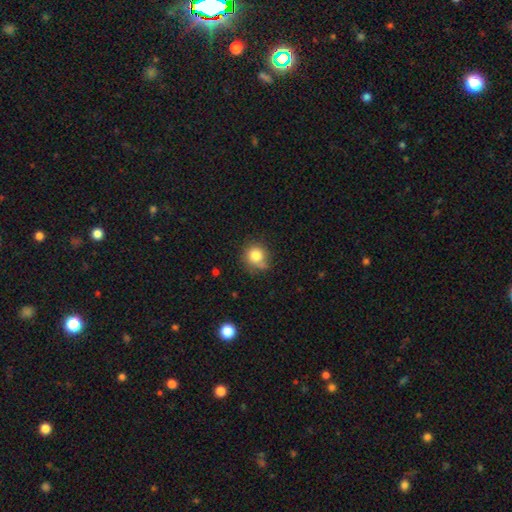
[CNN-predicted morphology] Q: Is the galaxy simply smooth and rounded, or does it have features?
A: smooth — 82%.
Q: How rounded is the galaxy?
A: round — 88%.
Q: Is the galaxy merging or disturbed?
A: none — 68%.